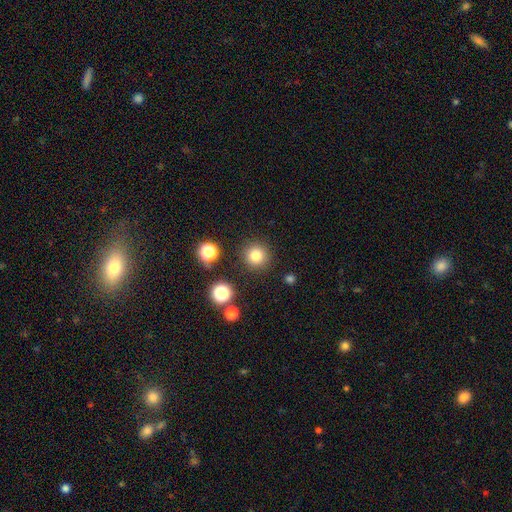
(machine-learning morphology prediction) smooth_or_featured: smooth (p=0.79) [alt: star or artifact p=0.14]
how_rounded: round (p=0.95) [alt: in between p=0.04]
merging: none (p=0.89) [alt: minor disturbance p=0.06]